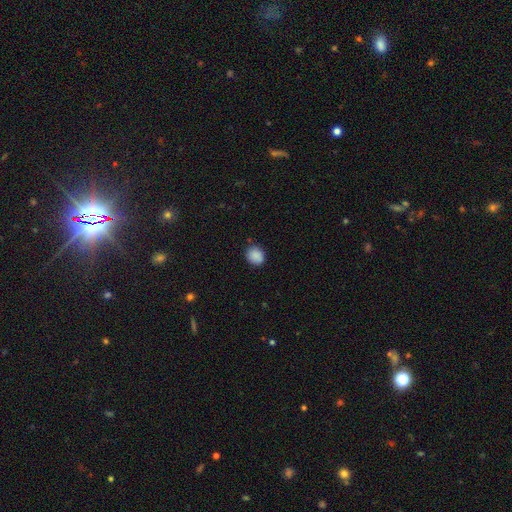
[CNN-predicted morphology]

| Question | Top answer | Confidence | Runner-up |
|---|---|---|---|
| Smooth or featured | smooth | 88% | star or artifact (8%) |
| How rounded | round | 70% | in between (29%) |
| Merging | none | 82% | minor disturbance (14%) |